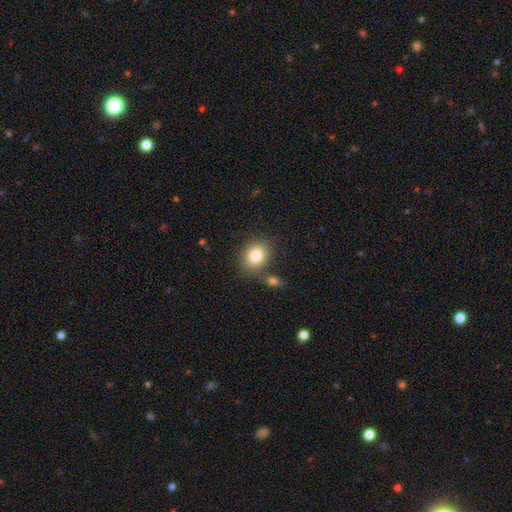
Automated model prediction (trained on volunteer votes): Morphology: type=smooth (83%); roundness=round (53%); merging=none (69%).